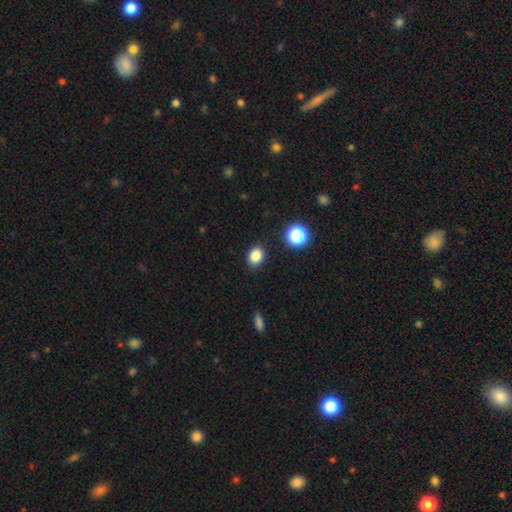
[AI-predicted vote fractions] This appears to be a smooth galaxy with no disk features (84%) that is in between round and cigar-shaped (51%). Merging: none (88%).